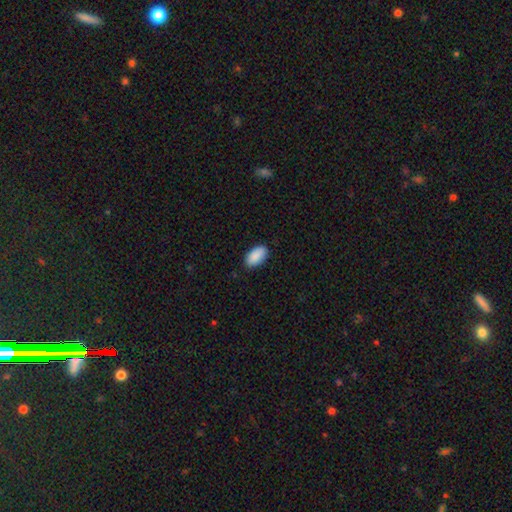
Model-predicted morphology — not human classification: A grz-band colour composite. It shows a smooth galaxy with no disk features (90%) that is in between round and cigar-shaped (95%). Merging: none (87%).